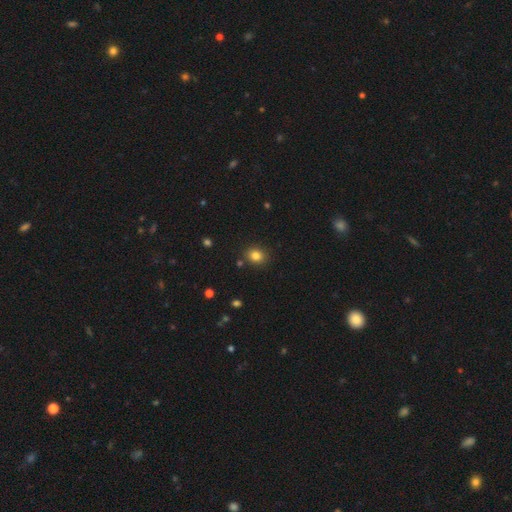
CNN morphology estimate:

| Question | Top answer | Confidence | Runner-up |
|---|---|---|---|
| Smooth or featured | smooth | 82% | star or artifact (13%) |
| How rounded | round | 73% | in between (27%) |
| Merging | none | 85% | minor disturbance (8%) |